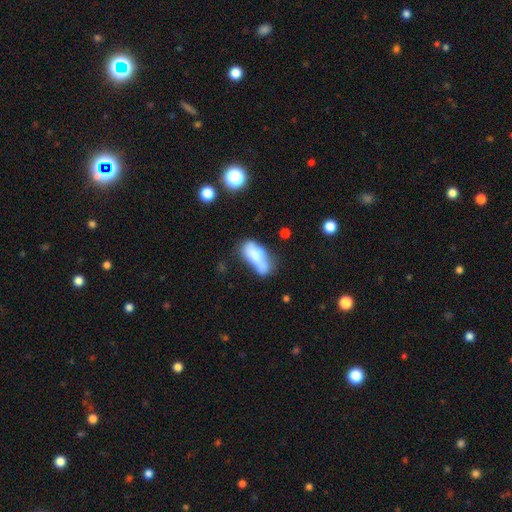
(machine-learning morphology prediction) This appears to be a smooth galaxy with no disk features (68%) that is in between round and cigar-shaped (78%). Merging: none (32%).